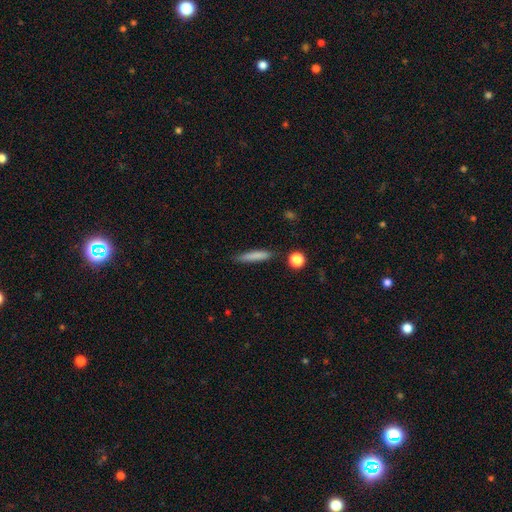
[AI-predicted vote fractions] Overall: smooth (79%). How rounded: cigar-shaped (89%). Merging: none (82%).